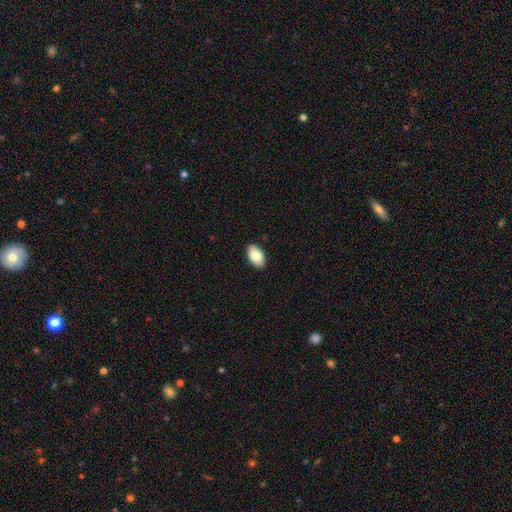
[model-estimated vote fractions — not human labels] Smooth or featured?
  - smooth: 84% *
  - featured or disk: 10%
  - star or artifact: 6%
How rounded?
  - in between: 94% *
  - round: 5%
  - cigar-shaped: 1%
Merging?
  - none: 89% *
  - minor disturbance: 8%
  - major disturbance: 2%
  - merger: 1%